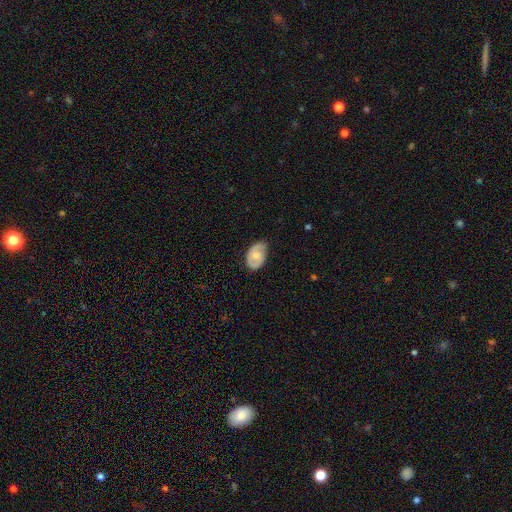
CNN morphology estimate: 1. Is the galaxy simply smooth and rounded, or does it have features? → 48% featured or disk, 46% smooth, 6% star or artifact.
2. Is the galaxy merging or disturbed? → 56% none, 34% minor disturbance, 8% major disturbance, 1% merger.